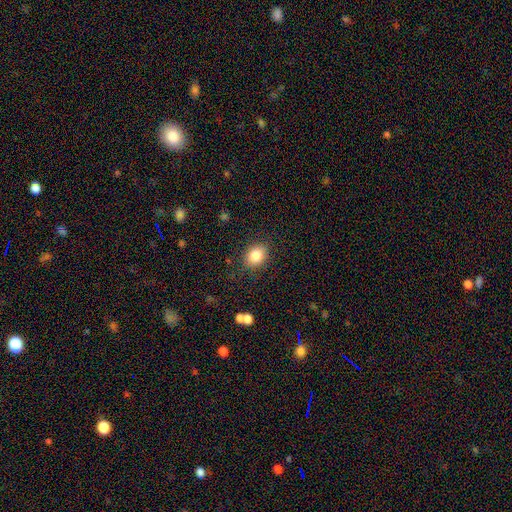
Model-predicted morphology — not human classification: Smooth or featured? smooth (83%)
How rounded? in between (59%)
Merging? none (85%)